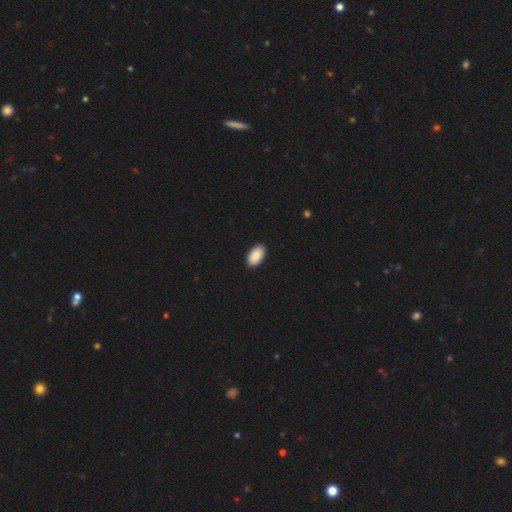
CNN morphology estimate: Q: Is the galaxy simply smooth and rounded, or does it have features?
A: smooth — 91%.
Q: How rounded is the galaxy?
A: in between — 96%.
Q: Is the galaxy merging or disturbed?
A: none — 91%.